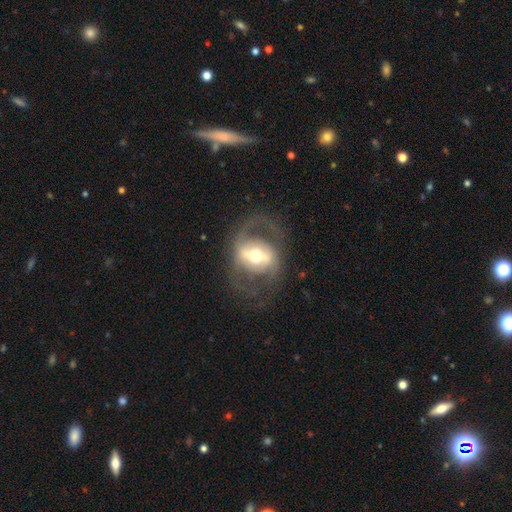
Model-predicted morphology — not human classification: Overall: featured or disk (76%). Edge-on disk: no (93%). Bar: strong (47%; weak 31%). Spiral arms: yes (61%; no 39%). Bulge size: moderate (65%). Merging: none (64%).